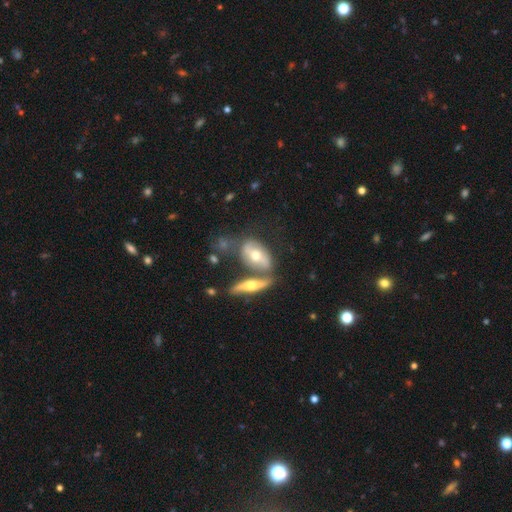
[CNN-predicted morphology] Smooth or featured? Predicted: featured or disk (p=0.53). Edge-on disk? Predicted: no (p=0.66). Merging? Predicted: none (p=0.44).